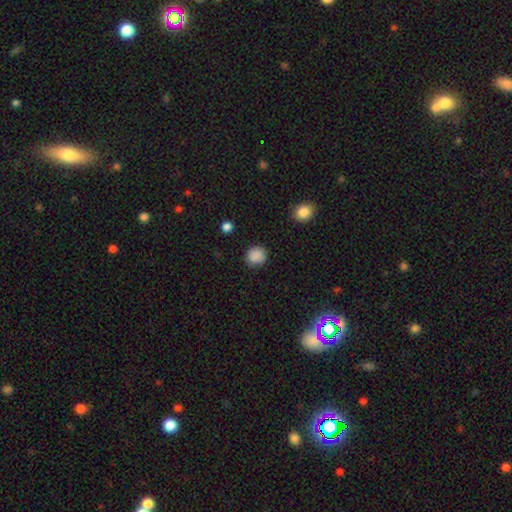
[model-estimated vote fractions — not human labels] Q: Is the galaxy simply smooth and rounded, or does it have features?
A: smooth — 87%.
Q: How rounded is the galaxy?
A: round — 84%.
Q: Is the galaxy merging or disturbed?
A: none — 85%.